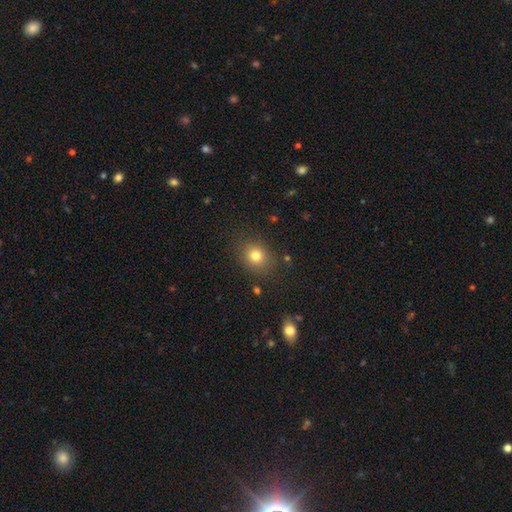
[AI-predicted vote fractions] smooth 78%, star or artifact 13%, featured or disk 8%. Down the decision tree: how rounded — round (67%); merging — none (84%).